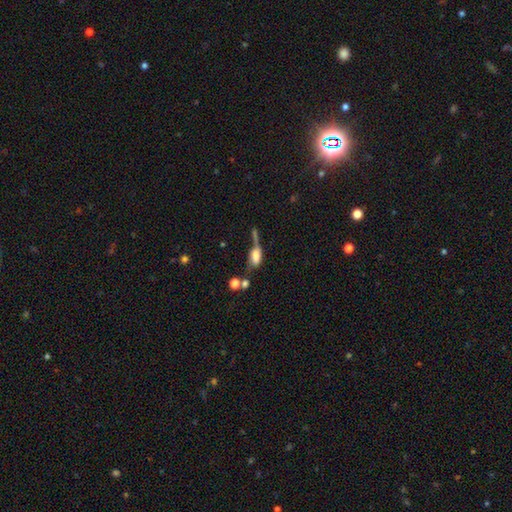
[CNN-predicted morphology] Smooth or featured? Predicted: smooth (p=0.62). How rounded? Predicted: in between (p=0.79). Merging? Predicted: merger (p=0.29).